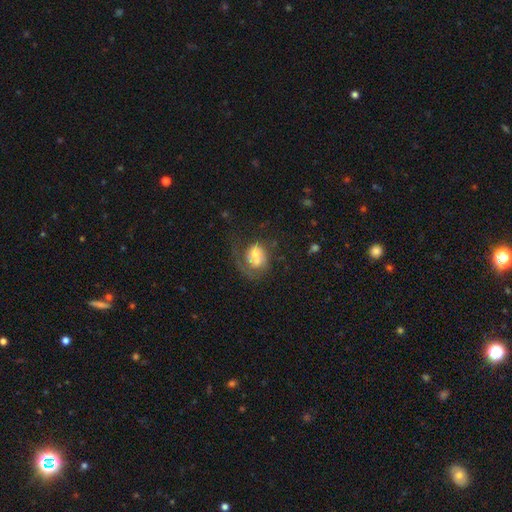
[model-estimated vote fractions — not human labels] featured or disk 52%, smooth 38%, star or artifact 9%. Down the decision tree: edge-on disk — no (97%); bar — no (70%); spiral arms — yes (58%); bulge size — moderate (49%); merging — major disturbance (30%).